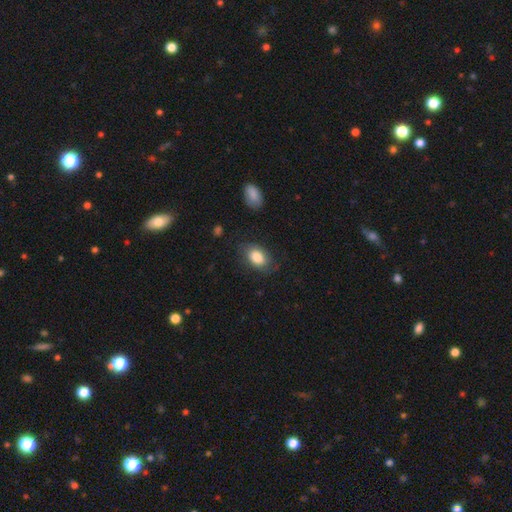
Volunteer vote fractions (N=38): smooth_or_featured: smooth (p=0.95) [alt: featured or disk p=0.03]
how_rounded: in between (p=0.89) [alt: round p=0.11]
merging: none (p=0.81) [alt: major disturbance p=0.11]